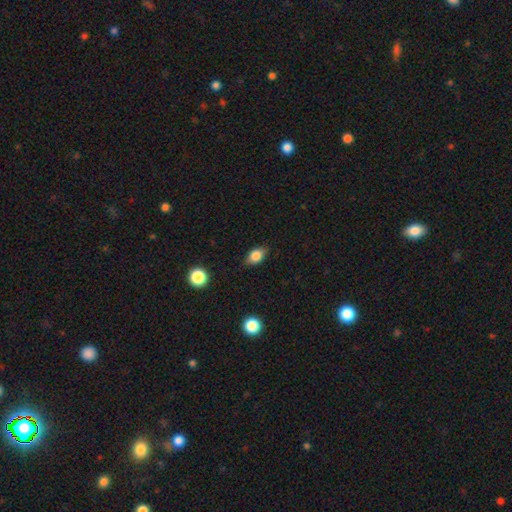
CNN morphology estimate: Smooth or featured: smooth — 80% (featured or disk — 11%)
How rounded: in between — 81% (round — 16%)
Merging: none — 82% (minor disturbance — 14%)